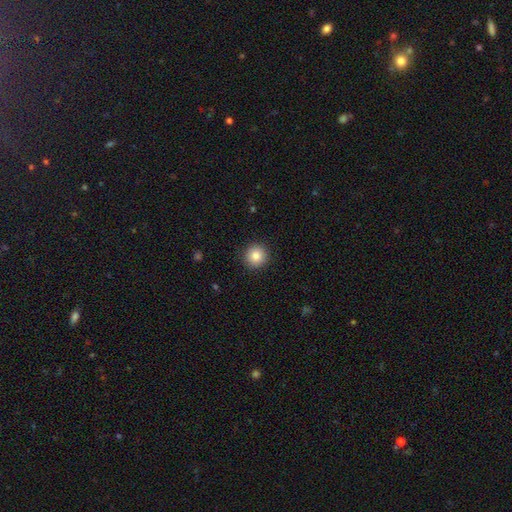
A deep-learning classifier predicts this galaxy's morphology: Q: Smooth or featured?
A: smooth (86%); runner-up: star or artifact (9%)
Q: How rounded?
A: round (94%); runner-up: in between (5%)
Q: Merging?
A: none (92%); runner-up: minor disturbance (5%)